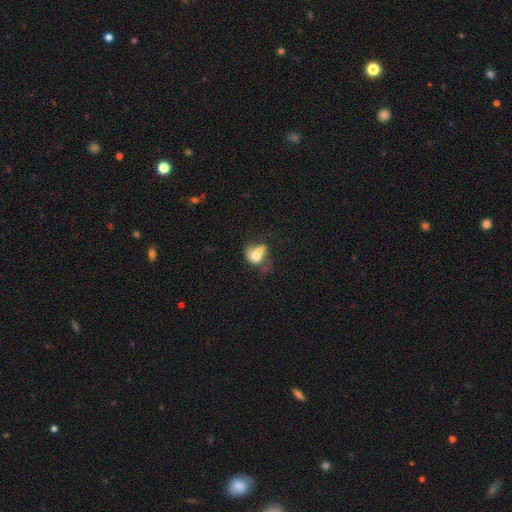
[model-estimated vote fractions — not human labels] smooth 62%, featured or disk 28%, star or artifact 10%. Down the decision tree: how rounded — in between (59%); merging — merger (41%).